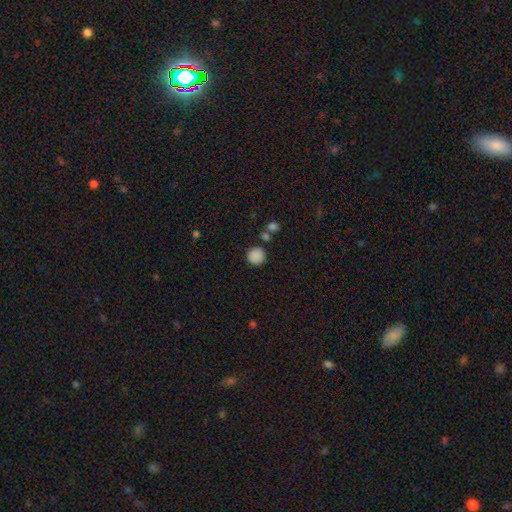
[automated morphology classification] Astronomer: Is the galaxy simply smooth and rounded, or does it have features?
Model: smooth — 86%.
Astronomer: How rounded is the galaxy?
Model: round — 93%.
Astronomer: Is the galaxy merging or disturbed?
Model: none — 81%.